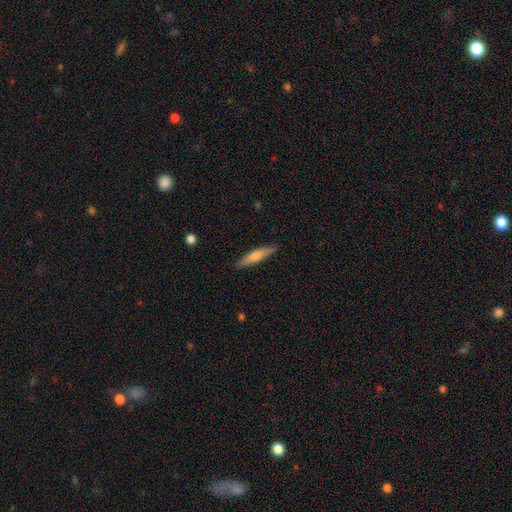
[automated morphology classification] Q: Smooth or featured?
A: smooth (49%); runner-up: featured or disk (44%)
Q: Merging?
A: none (90%); runner-up: minor disturbance (8%)